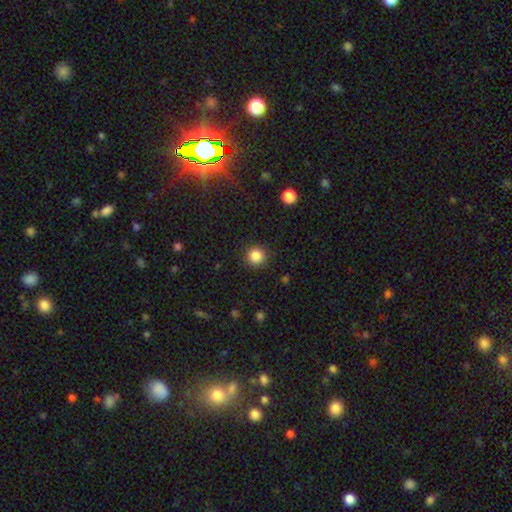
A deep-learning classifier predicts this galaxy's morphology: This appears to be a smooth galaxy with no disk features (85%) that is round (95%). Merging: none (90%).